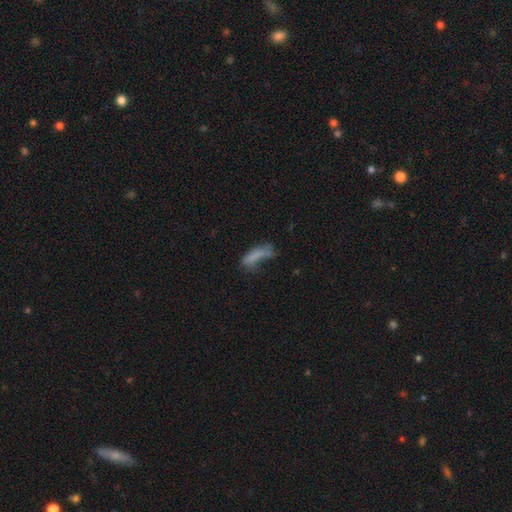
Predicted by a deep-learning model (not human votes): Smooth or featured?
  - smooth: 68% *
  - featured or disk: 19%
  - star or artifact: 13%
How rounded?
  - in between: 50% *
  - cigar-shaped: 47%
  - round: 3%
Merging?
  - none: 33% *
  - major disturbance: 28%
  - minor disturbance: 27%
  - merger: 12%